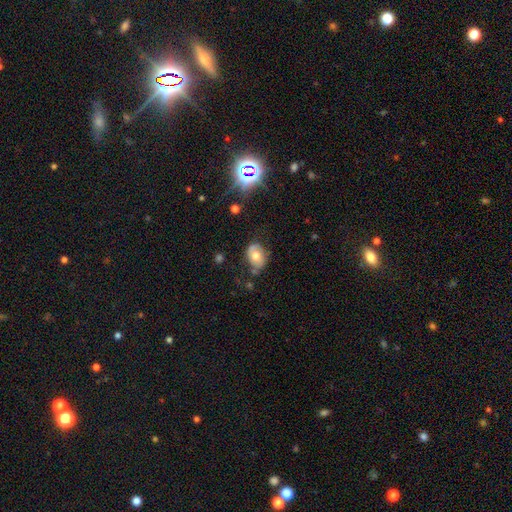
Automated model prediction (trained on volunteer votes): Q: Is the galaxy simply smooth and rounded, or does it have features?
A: smooth — 59%.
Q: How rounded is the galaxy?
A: in between — 71%.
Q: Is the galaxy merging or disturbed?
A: none — 63%.